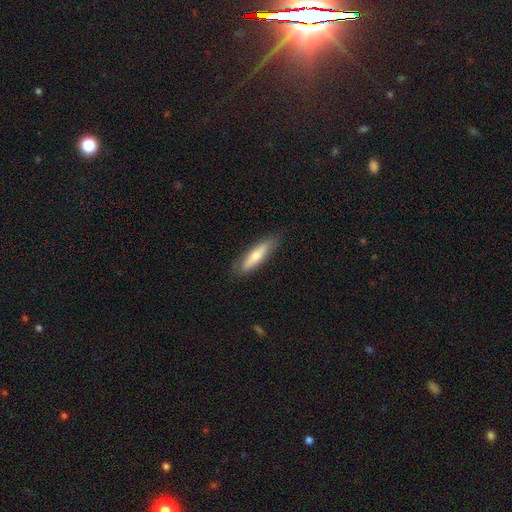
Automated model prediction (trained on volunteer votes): A smooth galaxy with no disk features (62%) that is cigar-shaped (76%).

Vote fractions:
- Smooth or featured? smooth: 62% / featured or disk: 31% / star or artifact: 6%
- How rounded? cigar-shaped: 76% / in between: 22% / round: 2%
- Merging? none: 83% / minor disturbance: 13% / major disturbance: 2% / merger: 1%